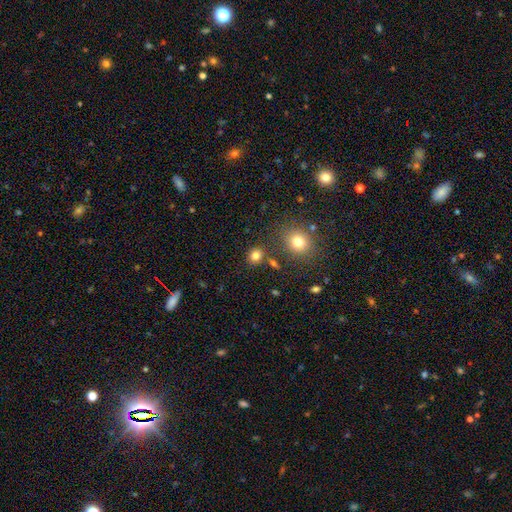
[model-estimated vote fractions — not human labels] Smooth or featured: smooth — 80% (star or artifact — 13%)
How rounded: round — 71% (in between — 28%)
Merging: none — 79% (minor disturbance — 9%)